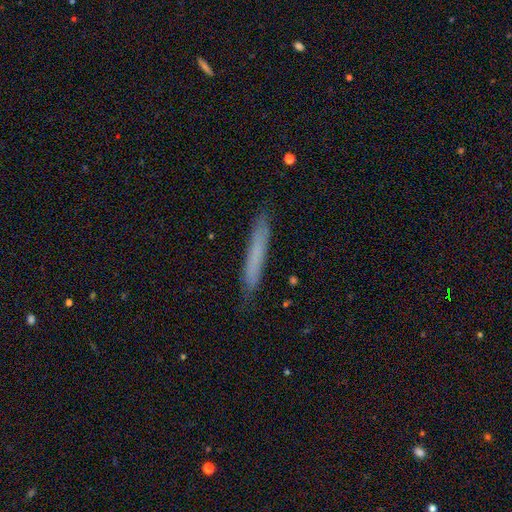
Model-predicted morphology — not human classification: type=smooth (67%); roundness=cigar-shaped (96%); merging=none (85%).